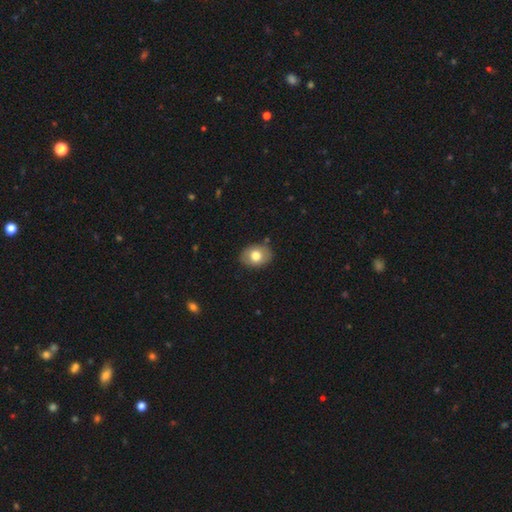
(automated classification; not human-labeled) This is likely a smooth galaxy (74%). How rounded: likely in between (68%). Merging: clearly none (84%).